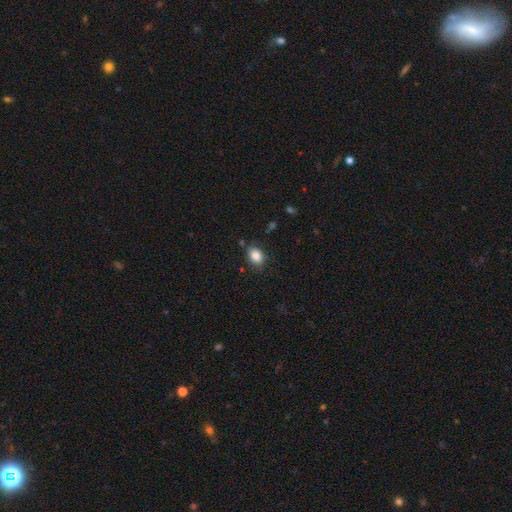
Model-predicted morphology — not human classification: A smooth galaxy with no disk features (85%) that is in between round and cigar-shaped (75%).

Vote fractions:
- Smooth or featured? smooth: 85% / star or artifact: 9% / featured or disk: 7%
- How rounded? in between: 75% / round: 24% / cigar-shaped: 1%
- Merging? none: 78% / minor disturbance: 16% / major disturbance: 3% / merger: 2%